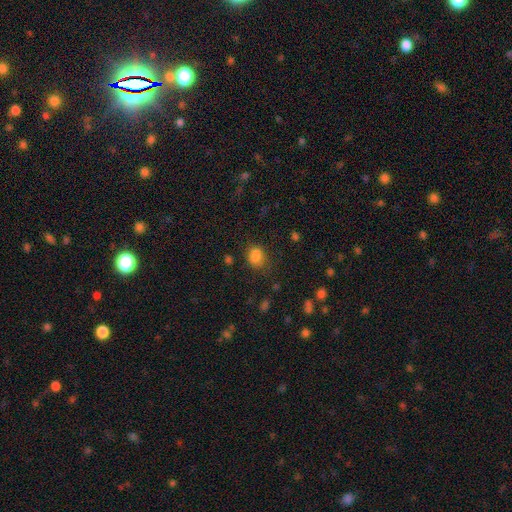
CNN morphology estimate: A smooth galaxy with no disk features (79%) that is in between round and cigar-shaped (53%).

Vote fractions:
- Smooth or featured? smooth: 79% / star or artifact: 14% / featured or disk: 7%
- How rounded? in between: 53% / round: 46% / cigar-shaped: 1%
- Merging? none: 60% / minor disturbance: 19% / merger: 13% / major disturbance: 7%